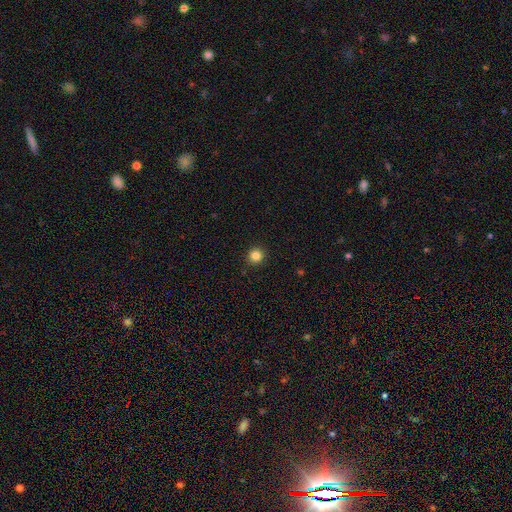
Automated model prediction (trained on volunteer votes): Q: Smooth or featured?
A: smooth (84%); runner-up: star or artifact (12%)
Q: How rounded?
A: round (94%); runner-up: in between (5%)
Q: Merging?
A: none (93%); runner-up: minor disturbance (5%)